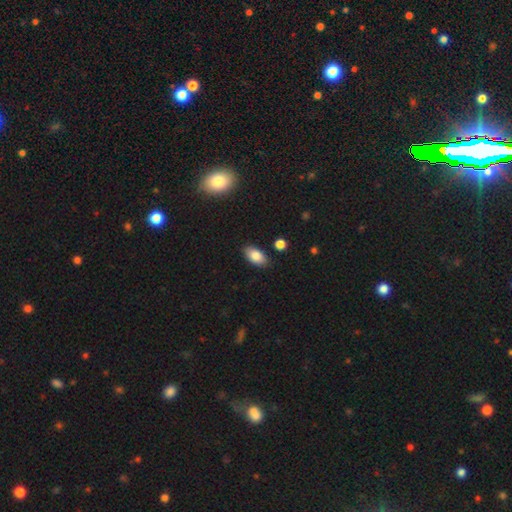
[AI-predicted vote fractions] This is clearly a smooth galaxy (84%). How rounded: clearly in between (93%). Merging: clearly none (86%).